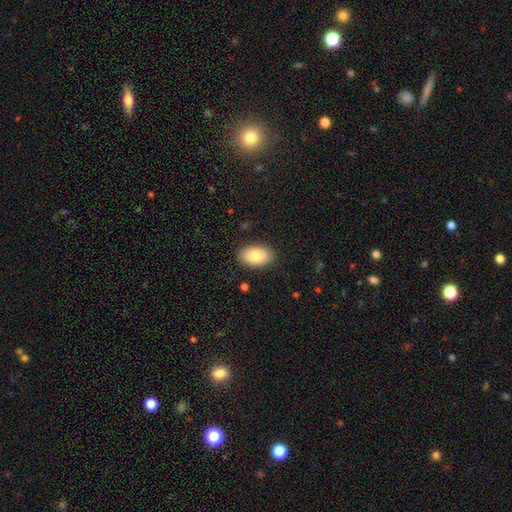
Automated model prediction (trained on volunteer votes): A smooth galaxy with no disk features (81%) that is in between round and cigar-shaped (93%). Merging: none (87%).